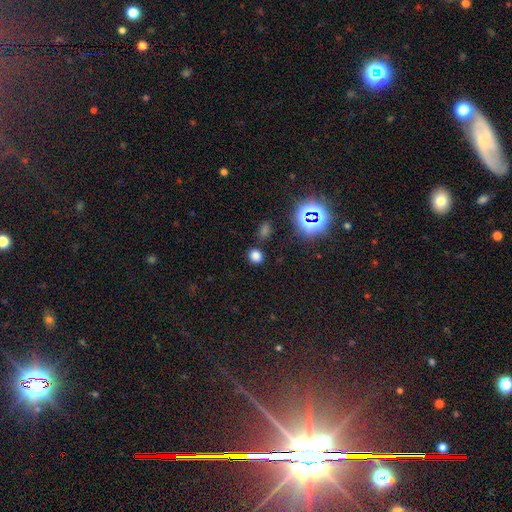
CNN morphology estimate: smooth-or-featured: smooth: 72% | star or artifact: 23% | featured or disk: 5%
  how-rounded: round: 73% | in between: 26% | cigar-shaped: 1%
  merging: none: 84% | minor disturbance: 8% | merger: 5% | major disturbance: 3%